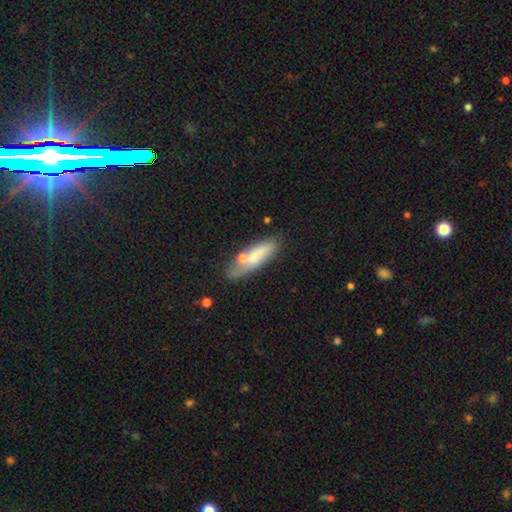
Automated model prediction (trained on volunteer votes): The model was most divided on "how rounded": cigar-shaped: 58%, in between: 40%, round: 3%. More confident: smooth or featured — smooth (71%); merging — none (61%).